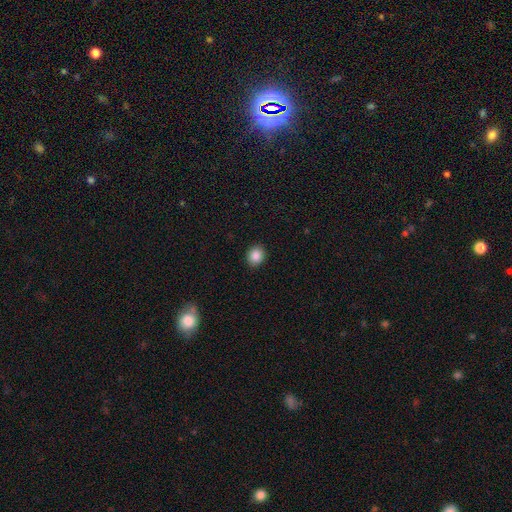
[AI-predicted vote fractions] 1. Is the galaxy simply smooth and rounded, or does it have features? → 87% smooth, 9% star or artifact, 4% featured or disk.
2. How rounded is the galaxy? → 70% round, 30% in between, 1% cigar-shaped.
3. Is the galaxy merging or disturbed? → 91% none, 6% minor disturbance, 2% major disturbance, 1% merger.